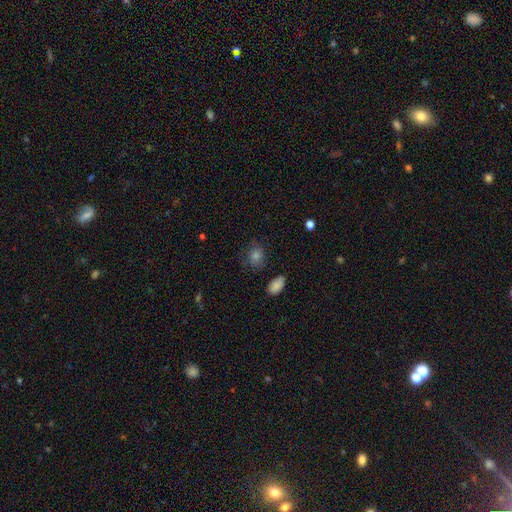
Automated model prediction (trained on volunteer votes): Smooth or featured? Predicted: smooth (p=0.68). How rounded? Predicted: round (p=0.66). Merging? Predicted: none (p=0.75).